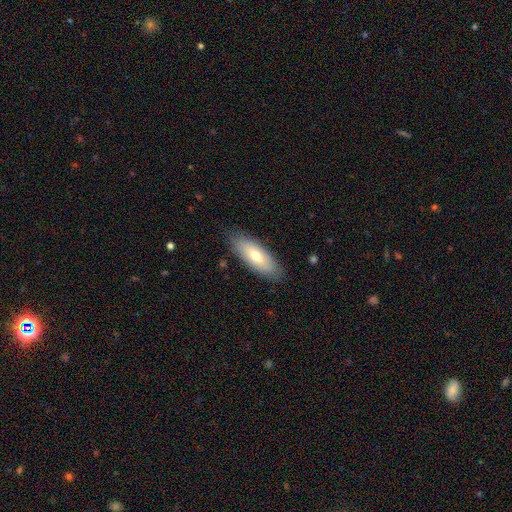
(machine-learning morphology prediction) The model was most divided on "smooth or featured": smooth: 67%, featured or disk: 27%, star or artifact: 6%. More confident: merging — none (85%); how rounded — in between (72%).